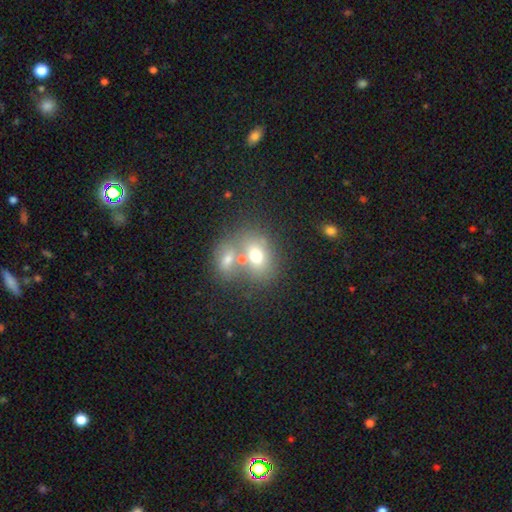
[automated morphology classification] Overall: smooth (66%). How rounded: in between (58%; round 40%). Merging: merger (50%; none 35%).